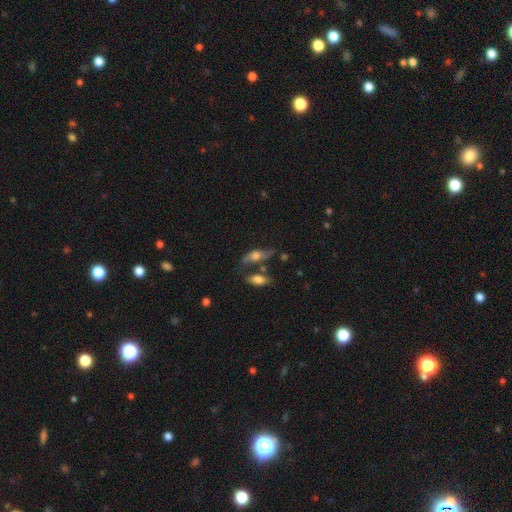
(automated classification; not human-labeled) Smooth or featured? smooth (48%)
Merging? none (51%)